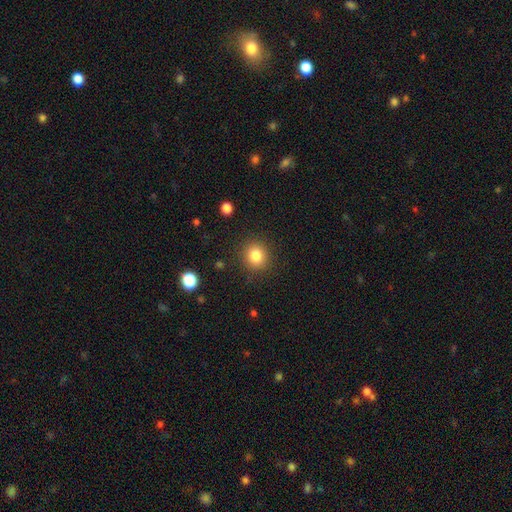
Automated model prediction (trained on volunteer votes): Morphology: type=smooth (83%); roundness=round (86%); merging=none (89%).